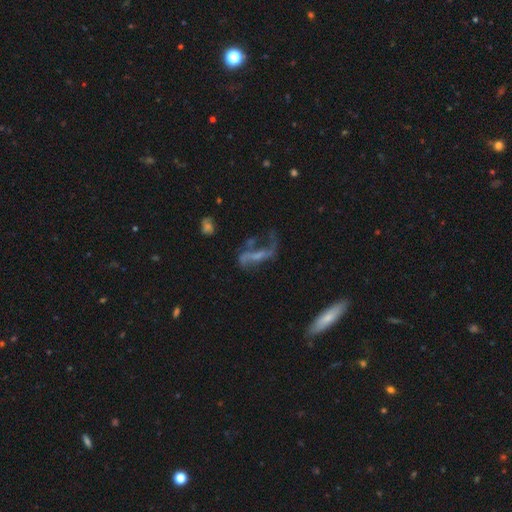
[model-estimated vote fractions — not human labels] The model was most divided on "merging": major disturbance: 41%, none: 30%, minor disturbance: 16%, merger: 13%. Remaining: edge-on disk — no (87%); smooth or featured — featured or disk (61%); spiral arms — yes (57%); bulge size — none (54%); bar — no (49%).